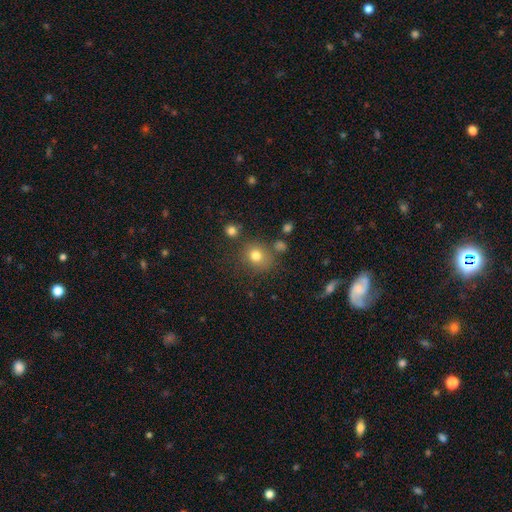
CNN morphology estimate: Q: Smooth or featured?
A: smooth (77%); runner-up: star or artifact (14%)
Q: How rounded?
A: round (82%); runner-up: in between (17%)
Q: Merging?
A: none (74%); runner-up: minor disturbance (13%)